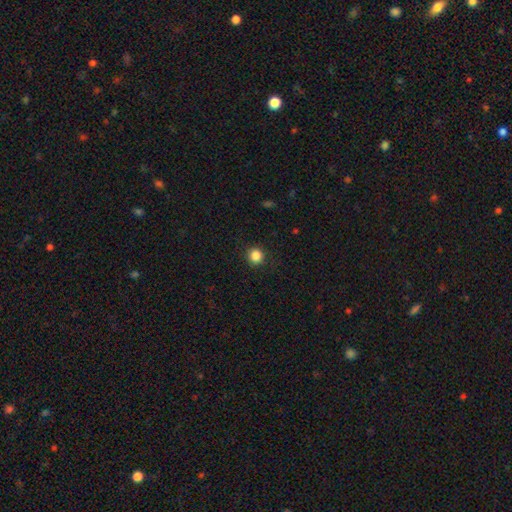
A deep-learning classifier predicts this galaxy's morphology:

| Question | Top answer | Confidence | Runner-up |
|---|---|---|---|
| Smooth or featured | smooth | 86% | star or artifact (11%) |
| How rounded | round | 94% | in between (5%) |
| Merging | none | 91% | minor disturbance (6%) |